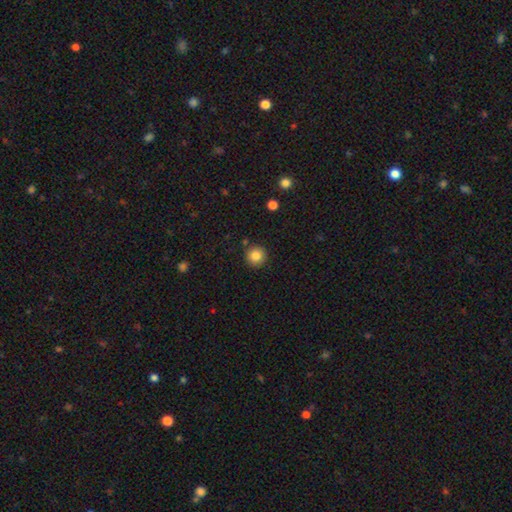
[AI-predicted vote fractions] smooth_or_featured: smooth (p=0.84) [alt: star or artifact p=0.10]
how_rounded: round (p=0.95) [alt: in between p=0.04]
merging: none (p=0.88) [alt: minor disturbance p=0.07]